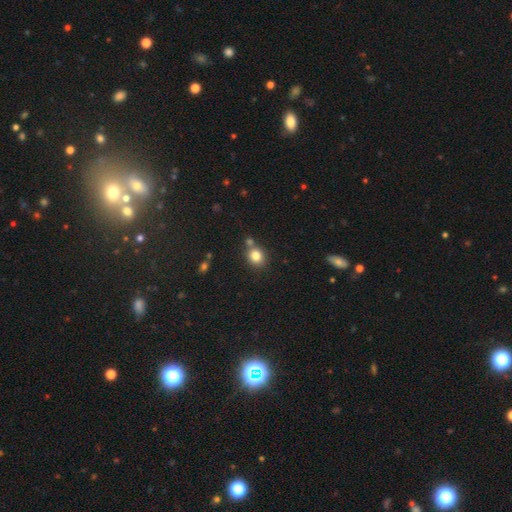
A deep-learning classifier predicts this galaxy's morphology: A smooth galaxy with no disk features (81%) that is round (76%).

Vote fractions:
- Smooth or featured? smooth: 81% / star or artifact: 11% / featured or disk: 7%
- How rounded? round: 76% / in between: 23% / cigar-shaped: 1%
- Merging? none: 66% / merger: 21% / minor disturbance: 10% / major disturbance: 3%